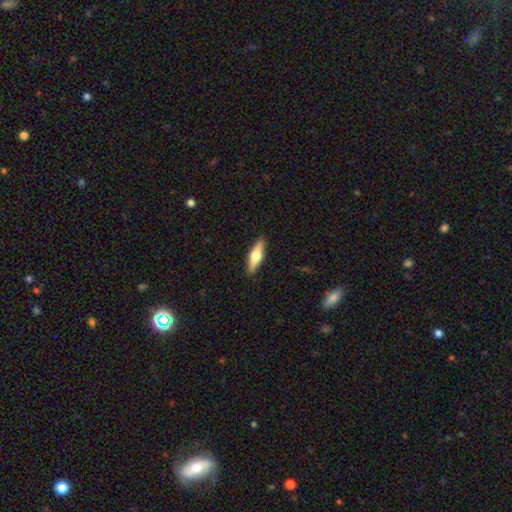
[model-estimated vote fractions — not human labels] Smooth or featured: smooth — 50% (featured or disk — 45%)
Merging: none — 90% (minor disturbance — 8%)